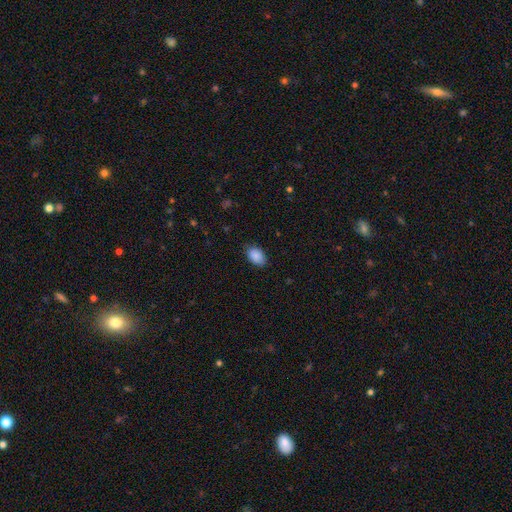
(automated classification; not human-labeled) A smooth galaxy with no disk features (89%) that is in between round and cigar-shaped (86%).

Vote fractions:
- Smooth or featured? smooth: 89% / star or artifact: 7% / featured or disk: 4%
- How rounded? in between: 86% / round: 13% / cigar-shaped: 1%
- Merging? none: 80% / minor disturbance: 16% / major disturbance: 3% / merger: 1%